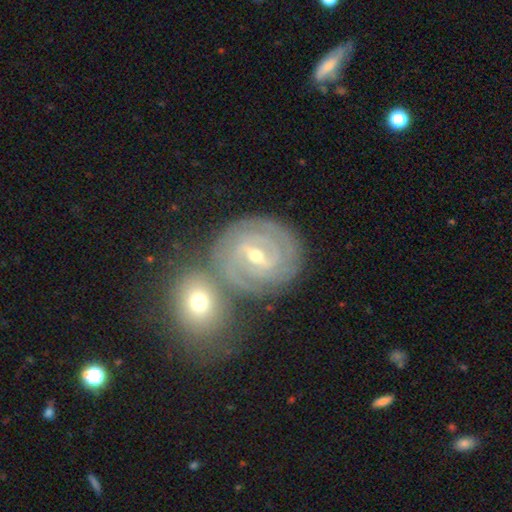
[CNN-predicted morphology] A featured or disk galaxy (85%) with a weak bar (50%), 2 (28%) tight (80%) spiral arms (96%) and a moderate central bulge (53%). Merging: none (66%).